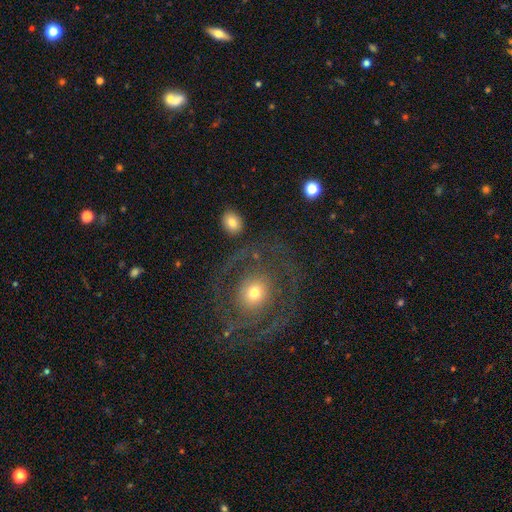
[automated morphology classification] featured or disk 63%, smooth 24%, star or artifact 13%. Down the decision tree: edge-on disk — no (96%); bar — no (80%); spiral arms — yes (54%); bulge size — moderate (61%); merging — none (76%).